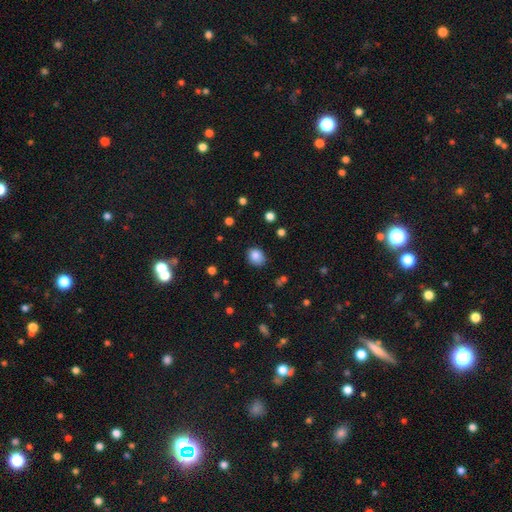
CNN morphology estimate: The model was most divided on "how rounded": round: 51%, in between: 48%, cigar-shaped: 1%. More confident: smooth or featured — smooth (85%); merging — none (80%).